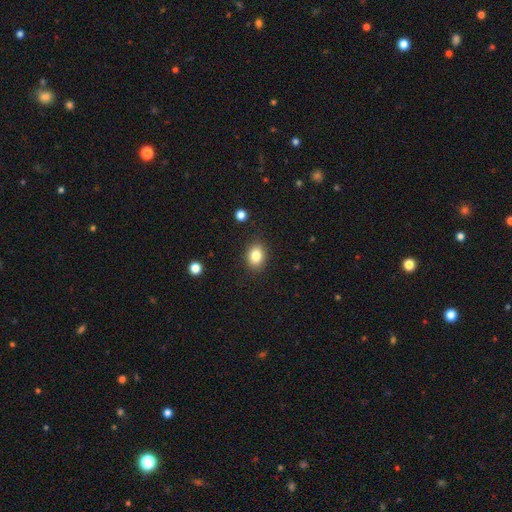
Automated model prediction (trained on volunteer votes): This is clearly a smooth galaxy (84%). How rounded: likely in between (61%). Merging: clearly none (87%).